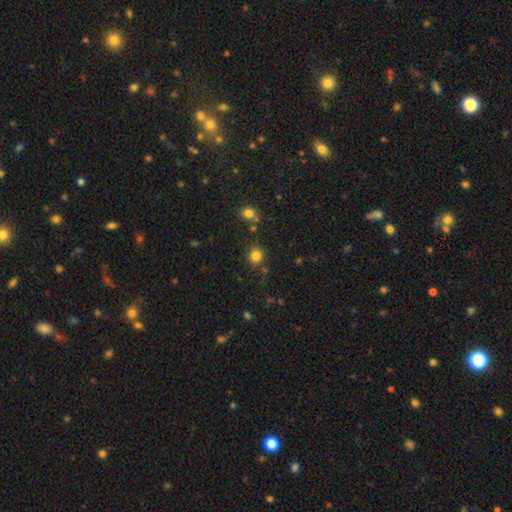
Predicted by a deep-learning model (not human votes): smooth_or_featured: smooth (p=0.82) [alt: star or artifact p=0.14]
how_rounded: round (p=0.90) [alt: in between p=0.09]
merging: none (p=0.83) [alt: minor disturbance p=0.09]